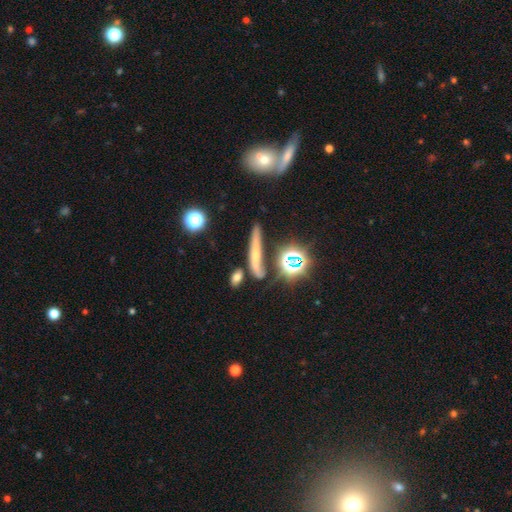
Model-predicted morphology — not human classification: Smooth or featured?
  - smooth: 46% *
  - featured or disk: 33%
  - star or artifact: 21%
Merging?
  - none: 60% *
  - minor disturbance: 19%
  - merger: 12%
  - major disturbance: 9%